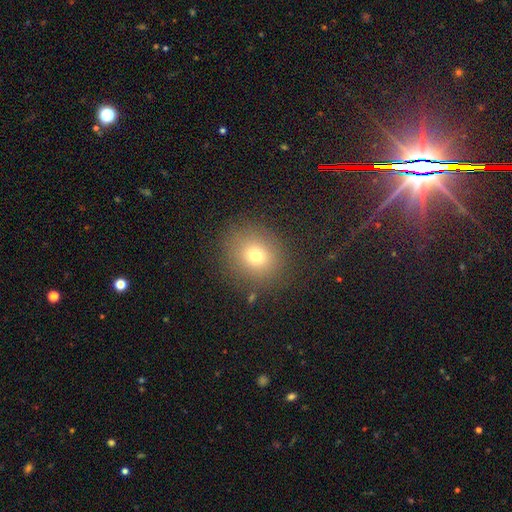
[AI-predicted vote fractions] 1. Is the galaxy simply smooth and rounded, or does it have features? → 71% smooth, 16% star or artifact, 12% featured or disk.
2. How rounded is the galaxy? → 75% round, 24% in between, 1% cigar-shaped.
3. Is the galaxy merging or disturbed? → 85% none, 9% minor disturbance, 5% major disturbance, 2% merger.